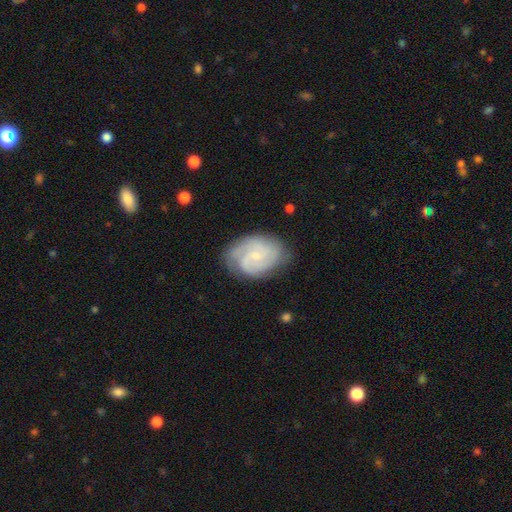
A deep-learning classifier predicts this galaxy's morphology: type=featured or disk (79%); edge-on=no (97%); bar=no (61%); spiral arms=yes (96%); winding=tight (53%); arm count=2 (40%); bulge=small (77%); merging=none (74%).